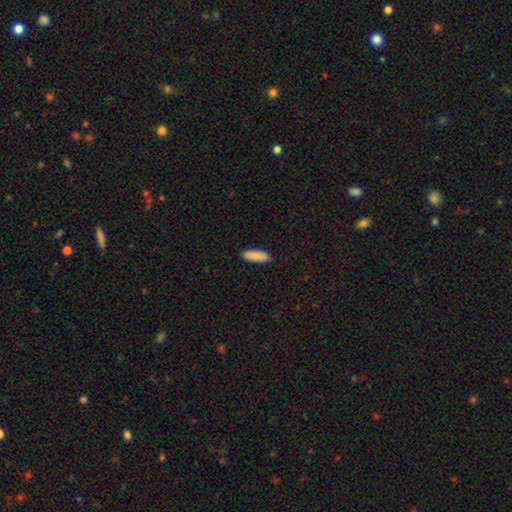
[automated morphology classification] This is clearly a smooth galaxy (90%). How rounded: possibly in between (55%). Merging: clearly none (90%).